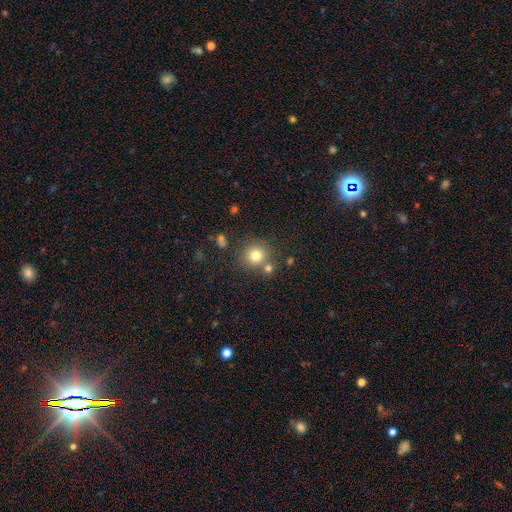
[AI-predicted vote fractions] smooth-or-featured: smooth: 77% | star or artifact: 14% | featured or disk: 9%
  how-rounded: round: 90% | in between: 9% | cigar-shaped: 1%
  merging: none: 73% | merger: 14% | minor disturbance: 9% | major disturbance: 3%